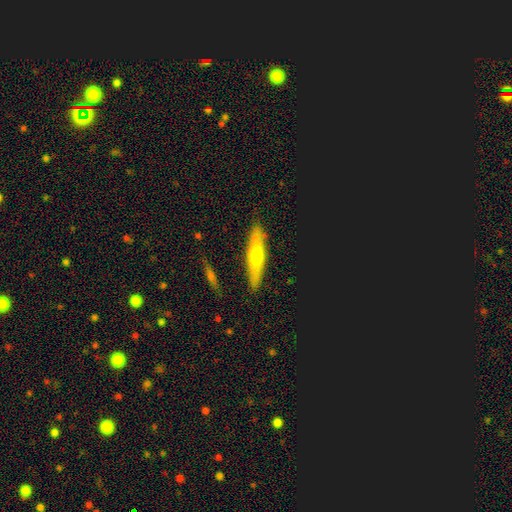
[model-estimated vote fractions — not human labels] Smooth or featured? Predicted: smooth (p=0.50). How rounded? Predicted: cigar-shaped (p=0.80). Merging? Predicted: none (p=0.87).